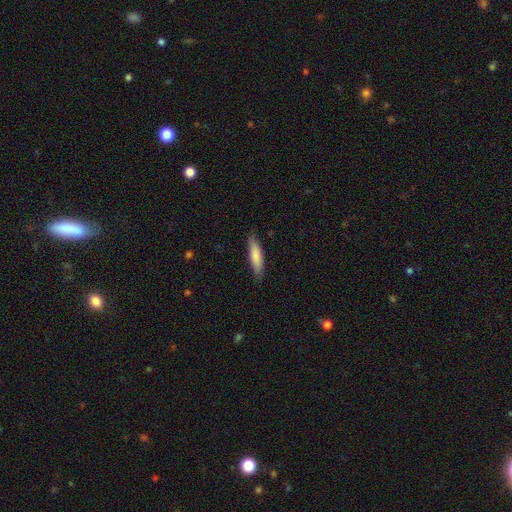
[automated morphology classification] smooth_or_featured: smooth (p=0.81) [alt: featured or disk p=0.13]
how_rounded: cigar-shaped (p=0.71) [alt: in between p=0.27]
merging: none (p=0.84) [alt: minor disturbance p=0.13]